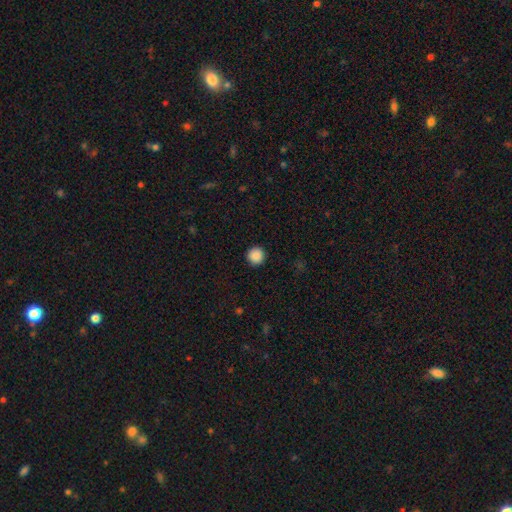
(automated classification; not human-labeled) smooth_or_featured: smooth (p=0.88) [alt: star or artifact p=0.09]
how_rounded: round (p=0.95) [alt: in between p=0.04]
merging: none (p=0.93) [alt: minor disturbance p=0.04]